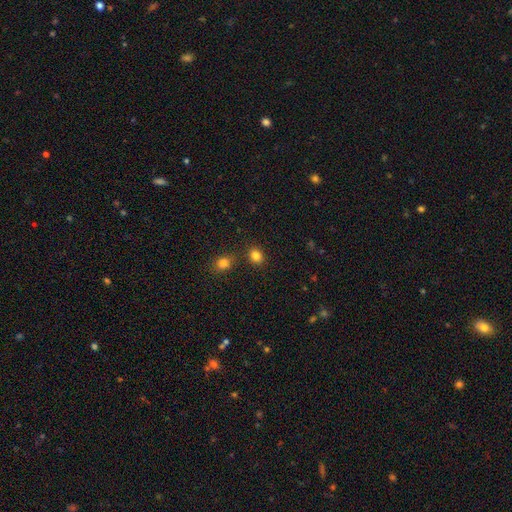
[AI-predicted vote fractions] Smooth or featured? Predicted: smooth (p=0.82). How rounded? Predicted: round (p=0.69). Merging? Predicted: none (p=0.83).